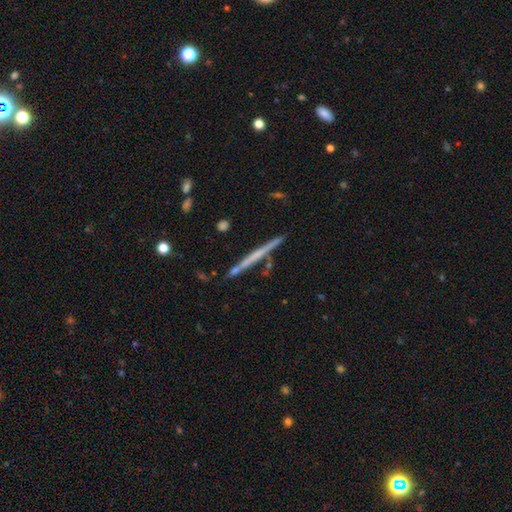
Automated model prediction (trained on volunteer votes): Q: Smooth or featured?
A: featured or disk (59%); runner-up: smooth (35%)
Q: Edge-on disk?
A: yes (98%); runner-up: no (2%)
Q: Edge-on bulge?
A: none (83%); runner-up: rounded (12%)
Q: Merging?
A: none (86%); runner-up: minor disturbance (9%)